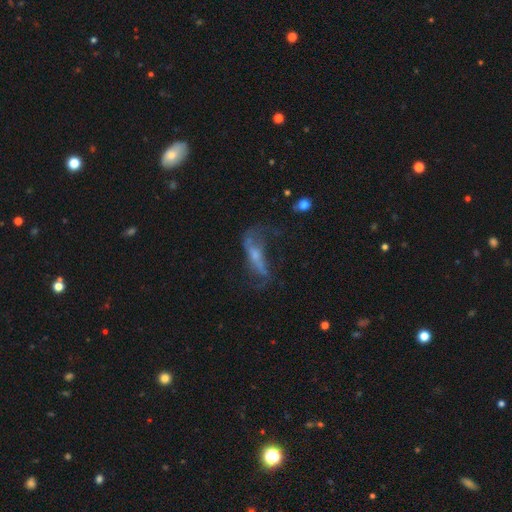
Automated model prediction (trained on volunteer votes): A featured or disk galaxy (63%). Merging: major disturbance (38%).